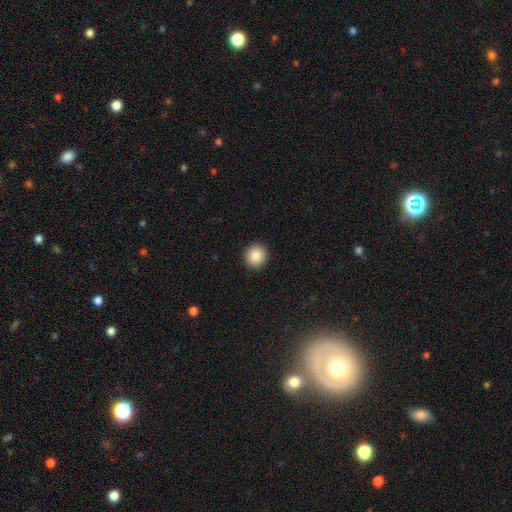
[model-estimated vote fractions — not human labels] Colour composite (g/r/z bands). It shows a smooth galaxy with no disk features (86%) that is round (92%). Merging: none (93%).